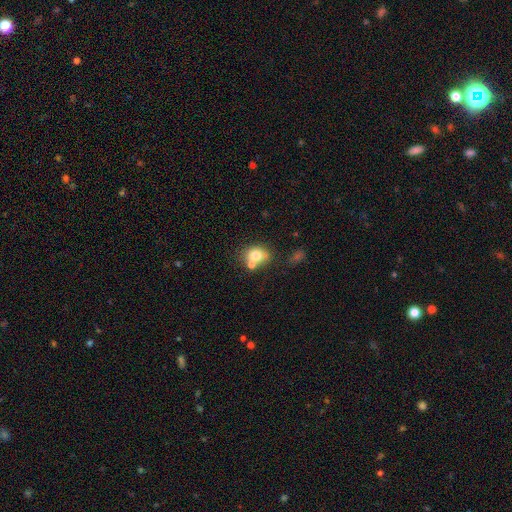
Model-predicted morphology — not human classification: Smooth or featured? Predicted: smooth (p=0.74). How rounded? Predicted: round (p=0.52). Merging? Predicted: none (p=0.49).